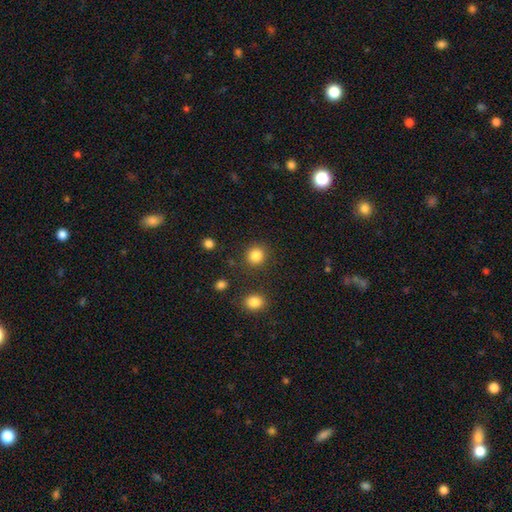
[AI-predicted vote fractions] Smooth or featured? smooth (85%)
How rounded? round (88%)
Merging? none (87%)